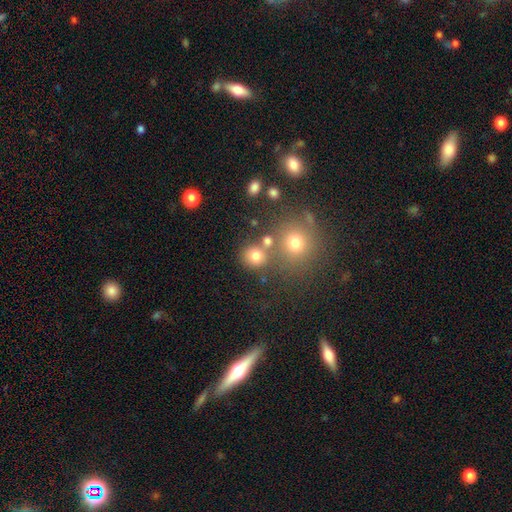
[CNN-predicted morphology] Overall: smooth (75%). How rounded: round (85%). Merging: none (69%).